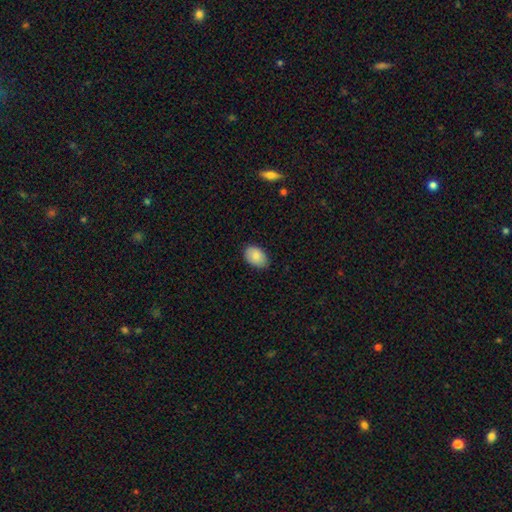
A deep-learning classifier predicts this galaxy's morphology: Overall: smooth (85%). How rounded: in between (87%). Merging: none (82%).